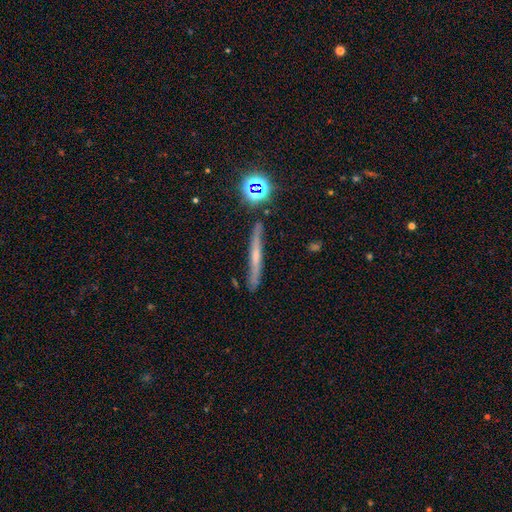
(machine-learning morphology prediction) Smooth or featured: featured or disk — 57% (smooth — 28%)
Edge-on disk: yes — 93% (no — 7%)
Edge-on bulge: rounded — 56% (none — 37%)
Merging: none — 84% (minor disturbance — 11%)